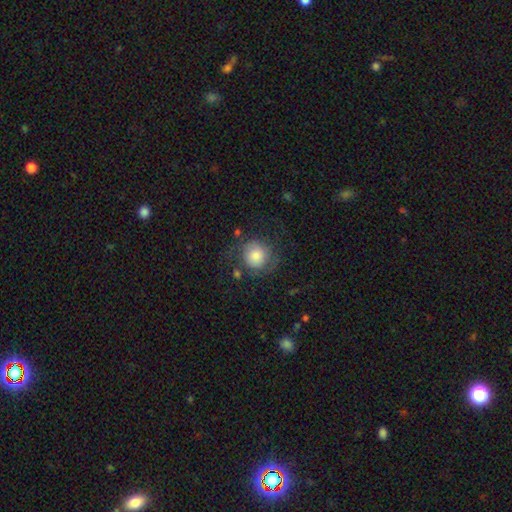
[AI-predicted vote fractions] Smooth or featured: smooth — 72% (featured or disk — 20%)
How rounded: round — 89% (in between — 10%)
Merging: none — 65% (minor disturbance — 19%)